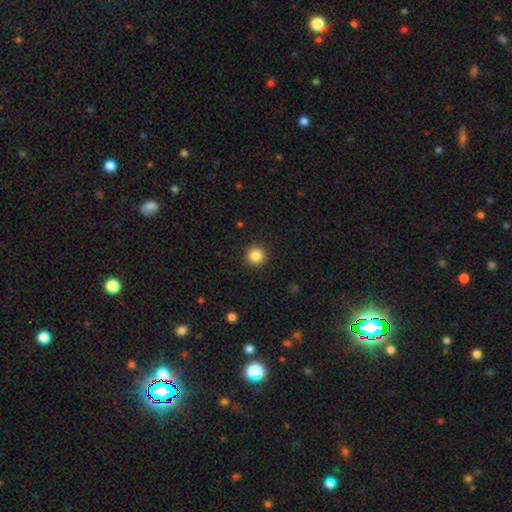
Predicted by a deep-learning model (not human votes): This appears to be a smooth galaxy with no disk features (86%) that is round (95%). Merging: none (93%).